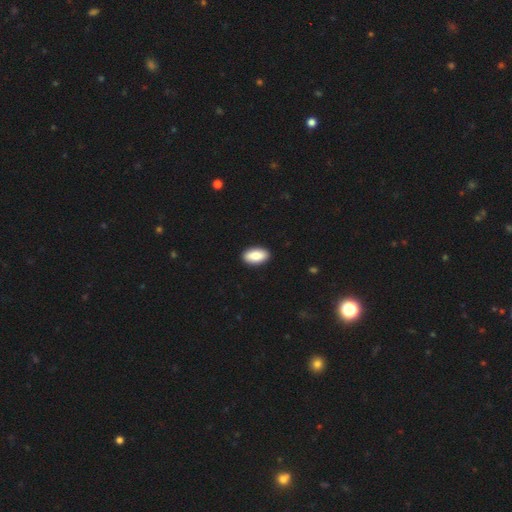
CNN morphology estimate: Smooth or featured?
  - smooth: 86% *
  - featured or disk: 8%
  - star or artifact: 6%
How rounded?
  - in between: 94% *
  - round: 3%
  - cigar-shaped: 3%
Merging?
  - none: 92% *
  - minor disturbance: 6%
  - major disturbance: 1%
  - merger: 1%